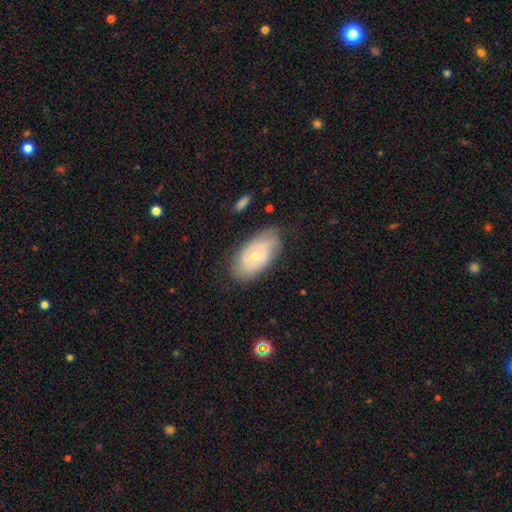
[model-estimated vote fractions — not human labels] smooth_or_featured: featured or disk (p=0.63) [alt: smooth p=0.30]
disk_edge_on: no (p=0.93) [alt: yes p=0.07]
bar: no (p=0.65) [alt: weak p=0.29]
has_spiral_arms: yes (p=0.73) [alt: no p=0.27]
bulge_size: small (p=0.53) [alt: moderate p=0.44]
merging: none (p=0.70) [alt: minor disturbance p=0.22]